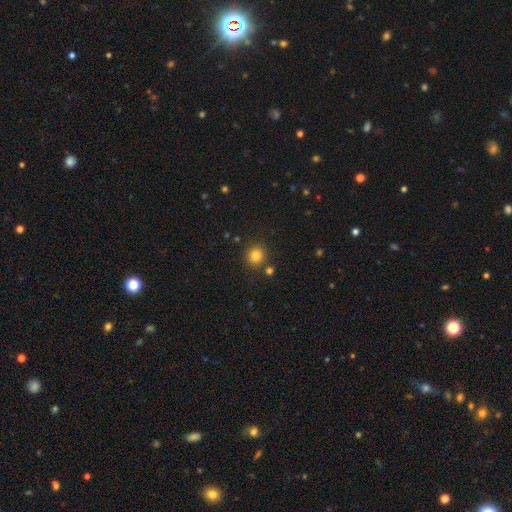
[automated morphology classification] Smooth or featured? smooth (82%)
How rounded? round (92%)
Merging? none (85%)